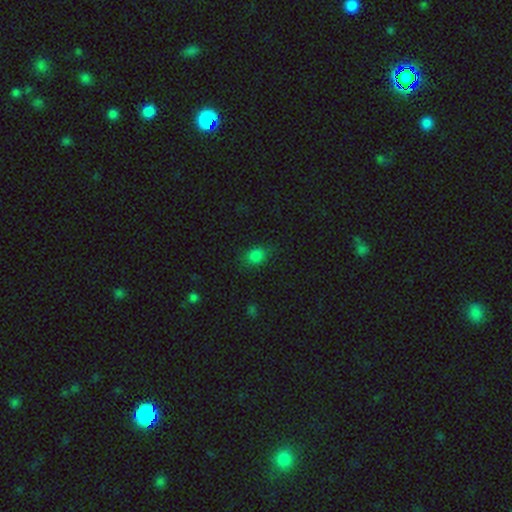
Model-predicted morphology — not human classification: type=smooth (82%); roundness=in between (54%); merging=none (78%).